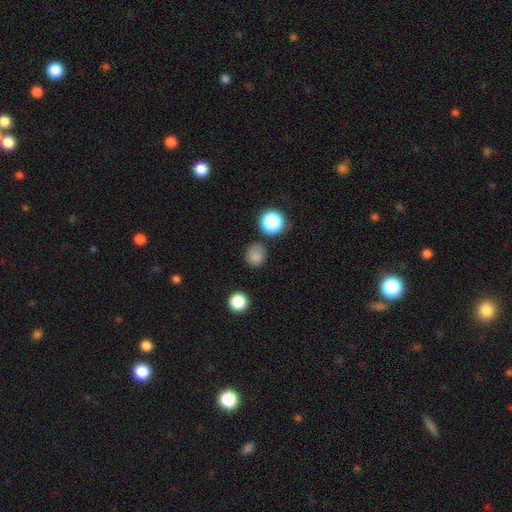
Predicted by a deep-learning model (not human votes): Smooth or featured? Predicted: smooth (p=0.81). How rounded? Predicted: round (p=0.89). Merging? Predicted: none (p=0.79).